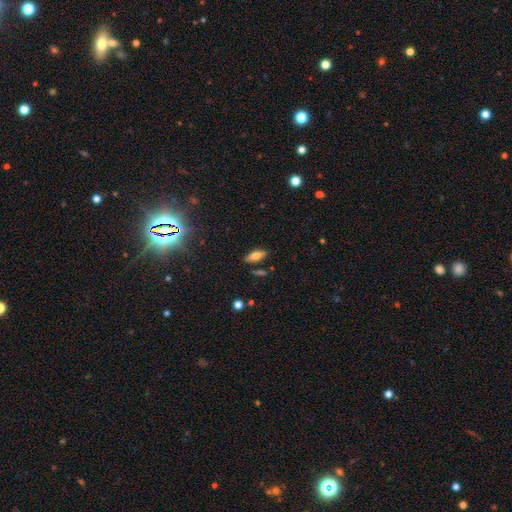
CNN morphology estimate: smooth-or-featured: smooth: 67% | featured or disk: 24% | star or artifact: 9%
  how-rounded: in between: 73% | cigar-shaped: 24% | round: 3%
  merging: none: 83% | minor disturbance: 11% | merger: 3% | major disturbance: 3%